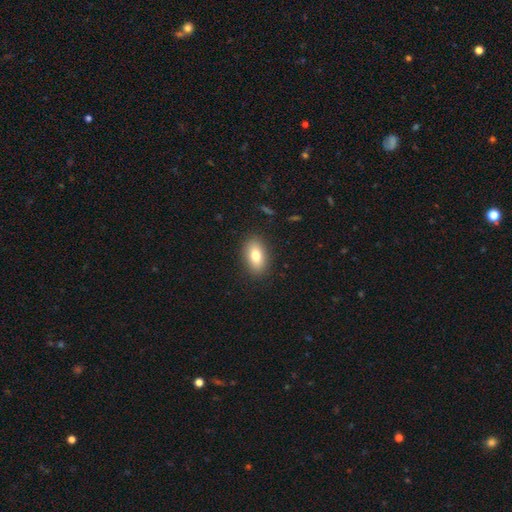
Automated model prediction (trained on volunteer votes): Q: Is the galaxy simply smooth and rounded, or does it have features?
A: smooth — 80%.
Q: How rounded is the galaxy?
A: in between — 88%.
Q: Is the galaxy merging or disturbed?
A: none — 88%.